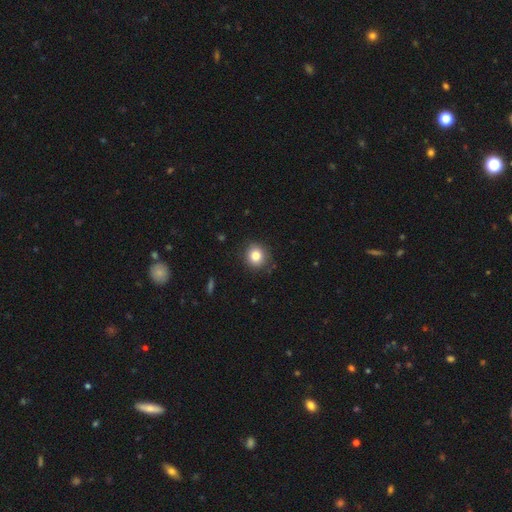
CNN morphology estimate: This is clearly a smooth galaxy (82%). How rounded: clearly round (88%). Merging: clearly none (87%).